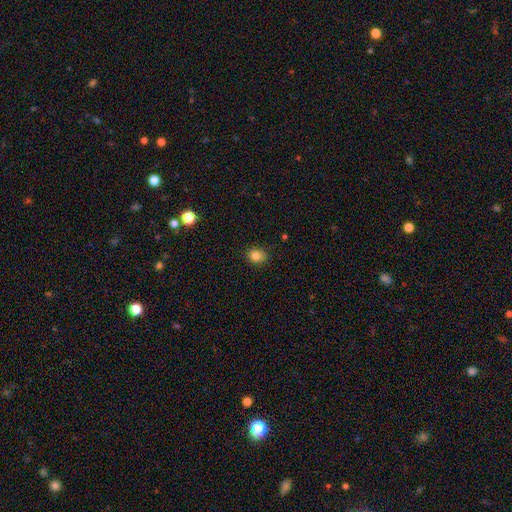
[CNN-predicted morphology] smooth 84%, star or artifact 12%, featured or disk 5%. Down the decision tree: how rounded — round (56%); merging — none (86%).